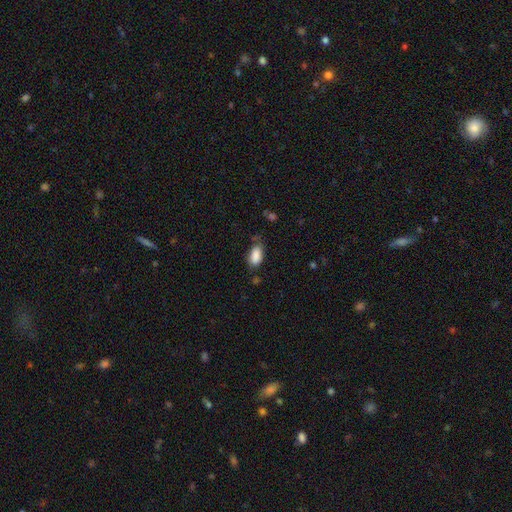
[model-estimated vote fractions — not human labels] A smooth galaxy with no disk features (87%) that is in between round and cigar-shaped (92%).

Vote fractions:
- Smooth or featured? smooth: 87% / star or artifact: 8% / featured or disk: 5%
- How rounded? in between: 92% / cigar-shaped: 4% / round: 4%
- Merging? none: 63% / minor disturbance: 27% / major disturbance: 7% / merger: 3%